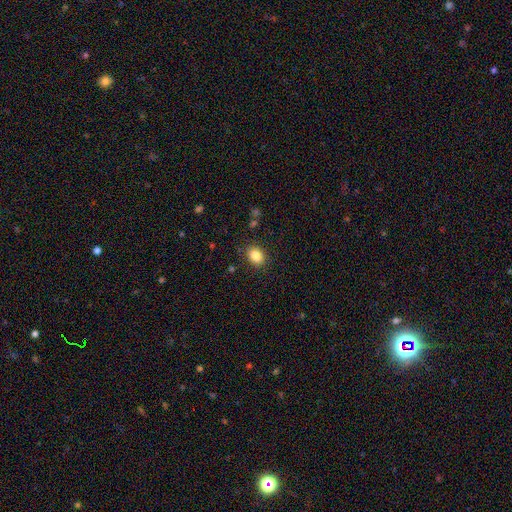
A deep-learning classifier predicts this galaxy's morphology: Overall: smooth (85%). How rounded: in between (59%; round 40%). Merging: none (87%).